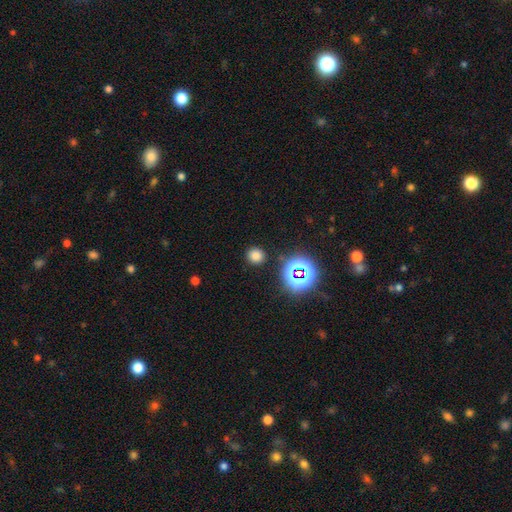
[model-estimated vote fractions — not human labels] smooth_or_featured: smooth (p=0.74) [alt: star or artifact p=0.21]
how_rounded: round (p=0.86) [alt: in between p=0.13]
merging: none (p=0.88) [alt: minor disturbance p=0.07]